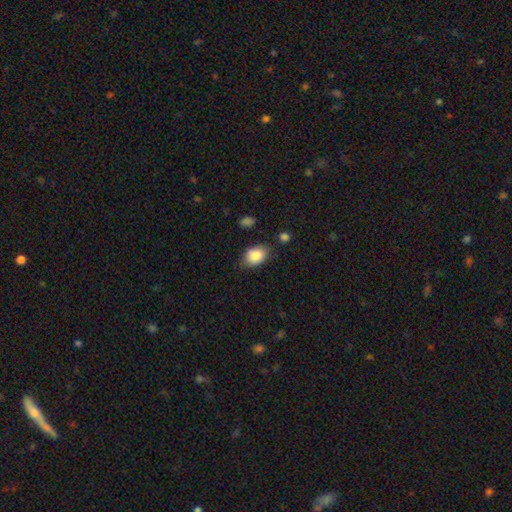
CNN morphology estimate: Smooth or featured? Predicted: smooth (p=0.86). How rounded? Predicted: in between (p=0.79). Merging? Predicted: none (p=0.75).